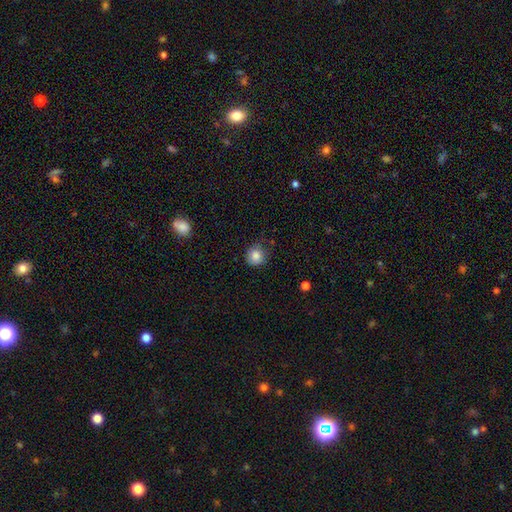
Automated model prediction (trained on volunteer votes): Morphology: type=smooth (84%); roundness=round (90%); merging=none (73%).